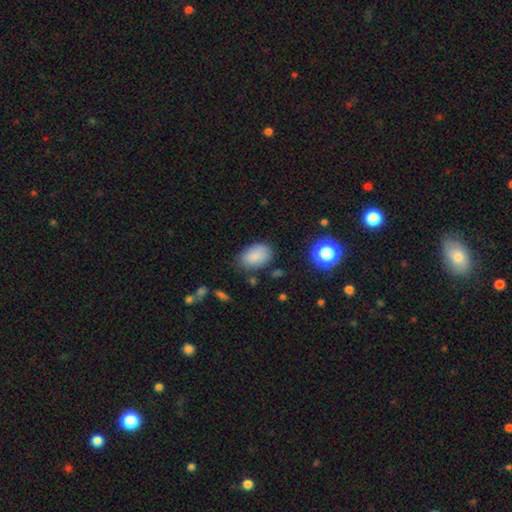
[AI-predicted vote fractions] Morphology: type=smooth (85%); roundness=in between (87%); merging=none (78%).